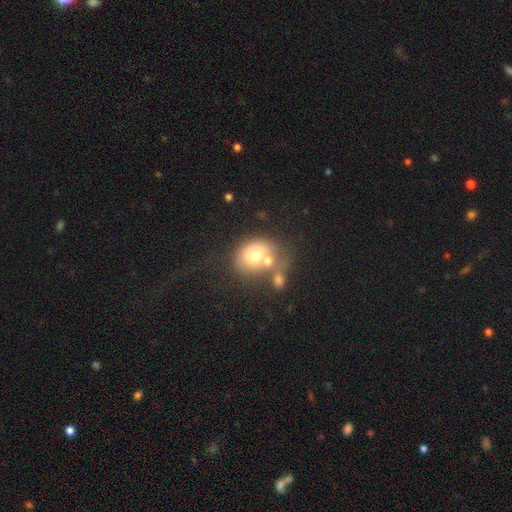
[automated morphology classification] This is likely a smooth galaxy (60%). How rounded: possibly round (57%). Merging: possibly merger (50%).